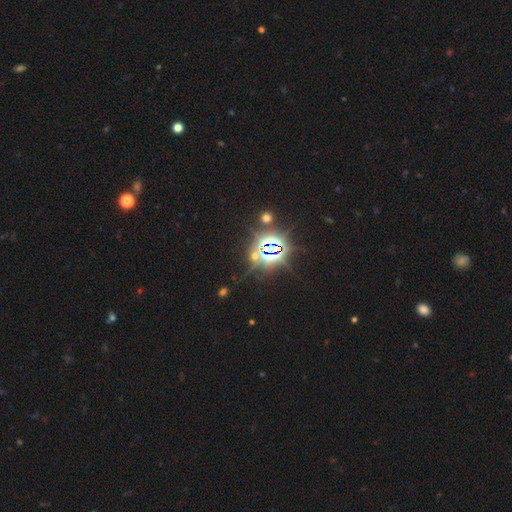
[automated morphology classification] This is likely a star or artifact rather than a galaxy (79%).